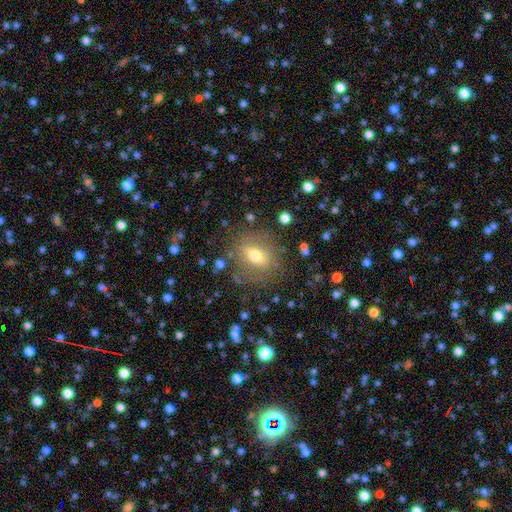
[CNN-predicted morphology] smooth 62%, featured or disk 25%, star or artifact 12%. Down the decision tree: how rounded — round (55%); merging — none (77%).